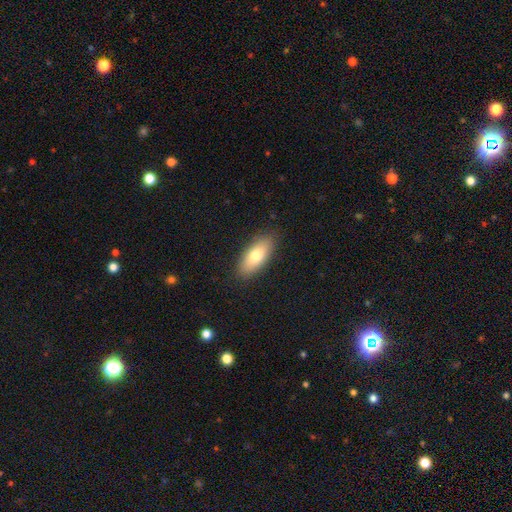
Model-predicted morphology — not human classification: type=smooth (74%); roundness=in between (82%); merging=none (87%).